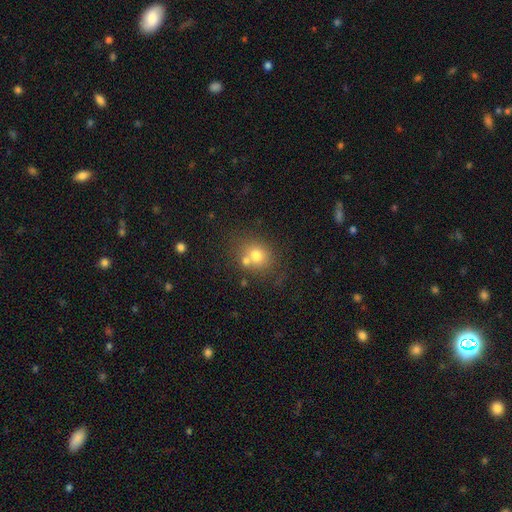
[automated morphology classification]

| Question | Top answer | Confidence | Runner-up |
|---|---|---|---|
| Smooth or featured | smooth | 73% | featured or disk (14%) |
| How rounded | round | 73% | in between (26%) |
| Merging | none | 57% | merger (27%) |